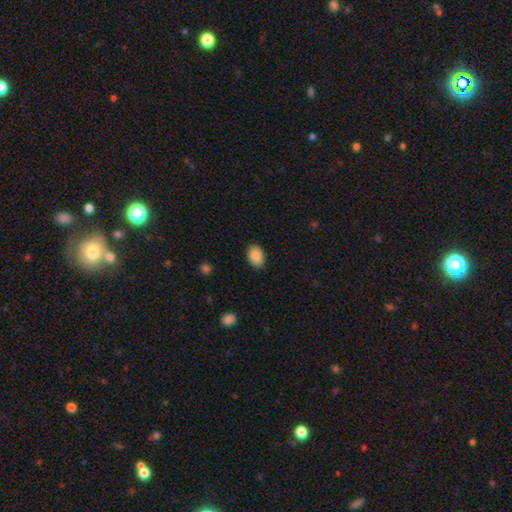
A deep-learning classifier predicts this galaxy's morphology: This is clearly a smooth galaxy (89%). How rounded: clearly in between (86%). Merging: clearly none (86%).